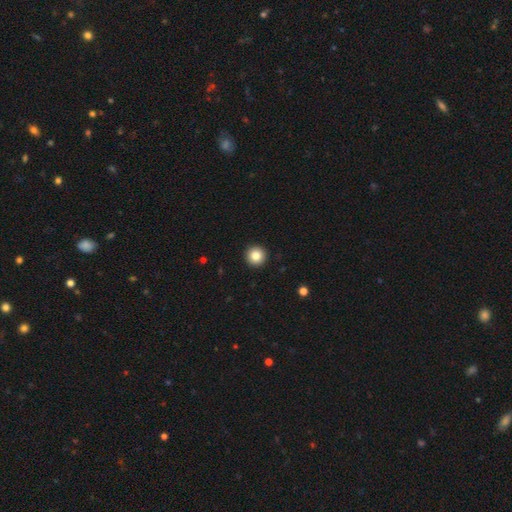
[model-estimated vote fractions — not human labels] smooth_or_featured: smooth (p=0.84) [alt: star or artifact p=0.09]
how_rounded: round (p=0.97) [alt: in between p=0.02]
merging: none (p=0.94) [alt: minor disturbance p=0.04]